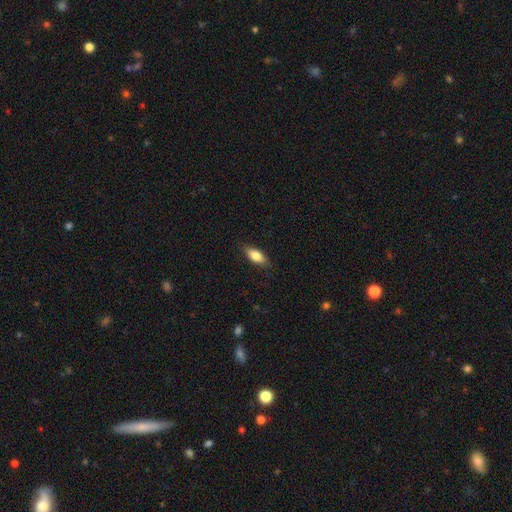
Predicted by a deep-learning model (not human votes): Morphology: type=smooth (81%); roundness=in between (82%); merging=none (83%).